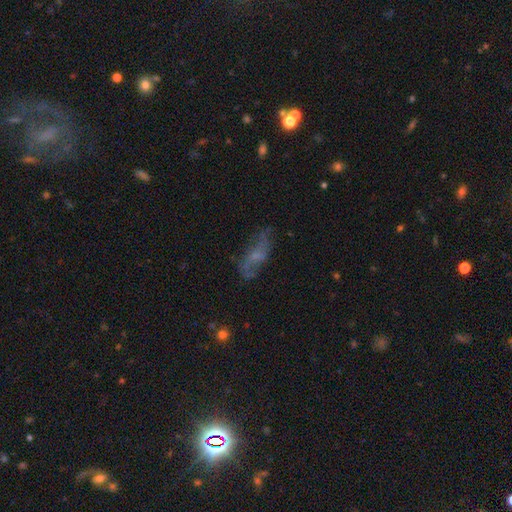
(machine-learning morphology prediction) A featured or disk galaxy (53%).

Vote fractions:
- Smooth or featured? featured or disk: 53% / smooth: 34% / star or artifact: 13%
- Edge-on disk? no: 83% / yes: 17%
- Merging? none: 62% / minor disturbance: 22% / major disturbance: 14% / merger: 3%